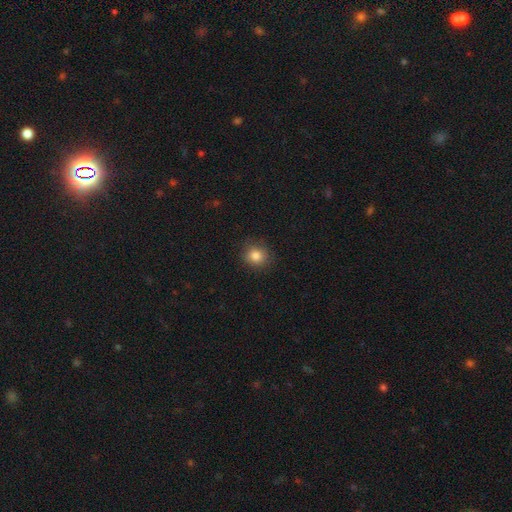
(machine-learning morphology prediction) Smooth or featured? smooth (84%)
How rounded? round (85%)
Merging? none (84%)